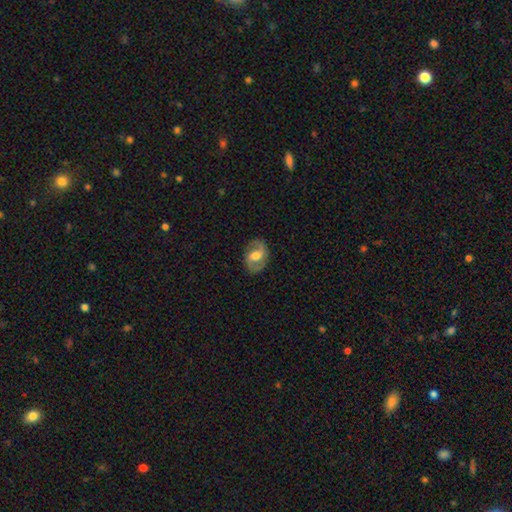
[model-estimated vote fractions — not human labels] This is likely a featured or disk galaxy (71%). It is clearly not viewed edge-on (96%). Bar: possibly weak (49%). Spiral arm pattern: clearly yes (87%). Spiral arm count: clearly 2 (89%). Spiral winding: possibly medium (51%). Central bulge: likely moderate (66%). Merging: clearly none (83%).